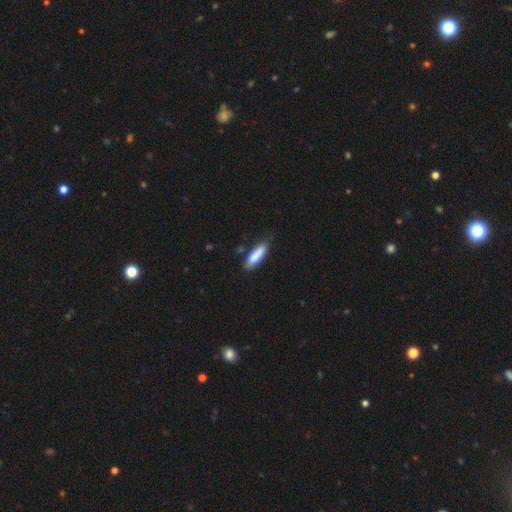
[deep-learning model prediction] The model was most divided on "how rounded": cigar-shaped: 60%, in between: 39%, round: 2%. More confident: smooth or featured — smooth (81%); merging — none (67%).